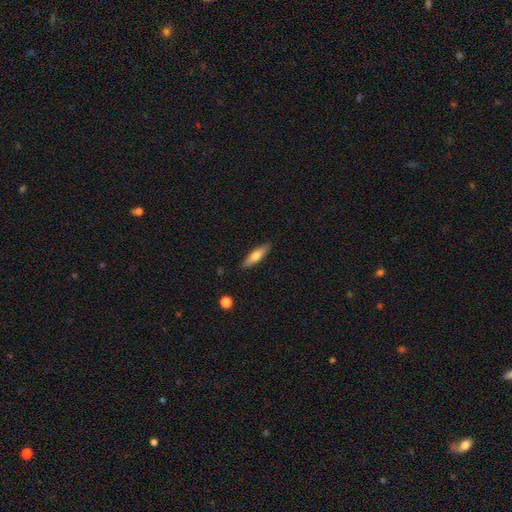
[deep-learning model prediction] Smooth or featured? Predicted: smooth (p=0.63). How rounded? Predicted: cigar-shaped (p=0.65). Merging? Predicted: none (p=0.88).